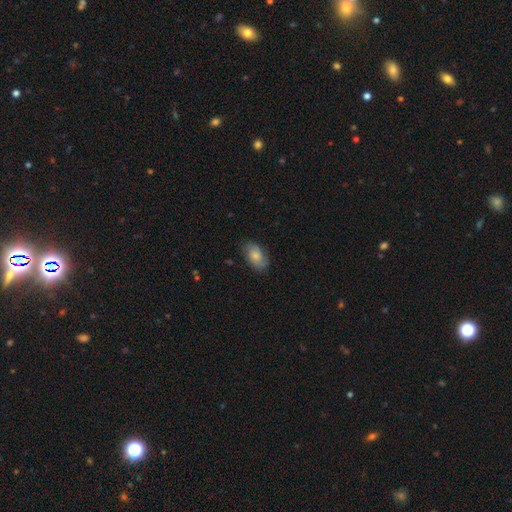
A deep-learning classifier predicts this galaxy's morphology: Q: Smooth or featured?
A: smooth (61%); runner-up: featured or disk (32%)
Q: How rounded?
A: in between (92%); runner-up: round (6%)
Q: Merging?
A: none (78%); runner-up: minor disturbance (17%)